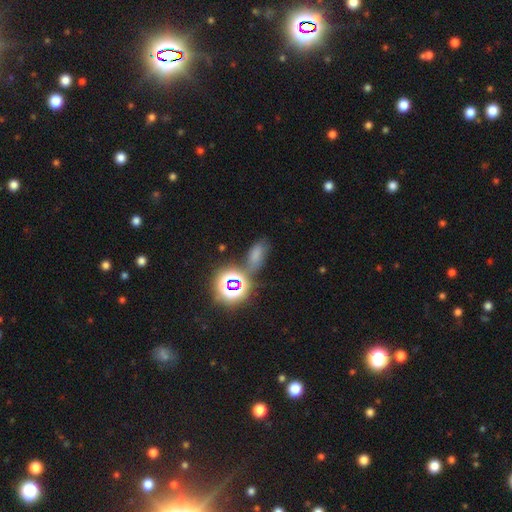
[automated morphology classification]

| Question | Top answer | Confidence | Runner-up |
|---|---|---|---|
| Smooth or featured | smooth | 56% | star or artifact (33%) |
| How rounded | in between | 82% | round (11%) |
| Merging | none | 57% | minor disturbance (19%) |